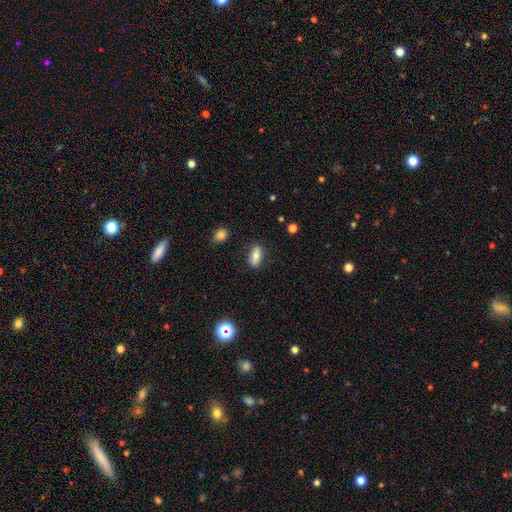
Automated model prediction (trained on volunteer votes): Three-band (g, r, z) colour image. It shows a smooth galaxy with no disk features (75%) that is in between round and cigar-shaped (85%). Merging: none (82%).